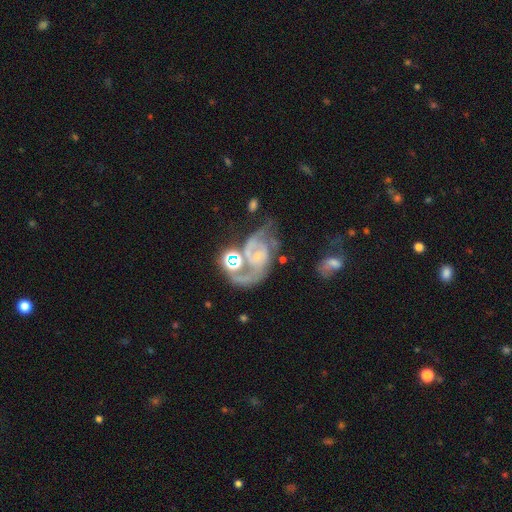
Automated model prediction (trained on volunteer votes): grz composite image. It shows a featured or disk galaxy (81%) with no bar (62%), 2 (64%) medium (47%) spiral arms (91%) and a small central bulge (60%). Merging: none (35%).